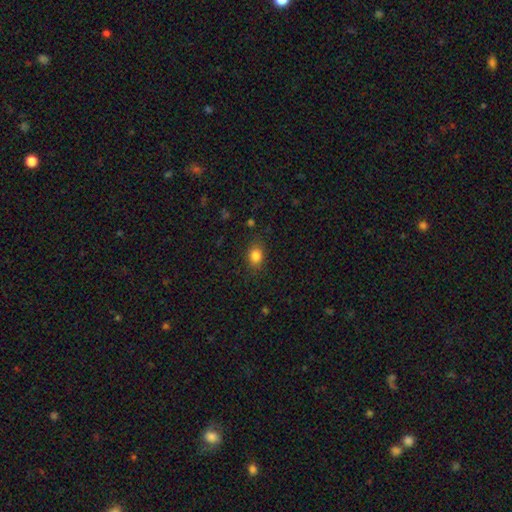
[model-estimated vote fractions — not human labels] A smooth galaxy with no disk features (82%) that is in between round and cigar-shaped (61%). Merging: none (84%).